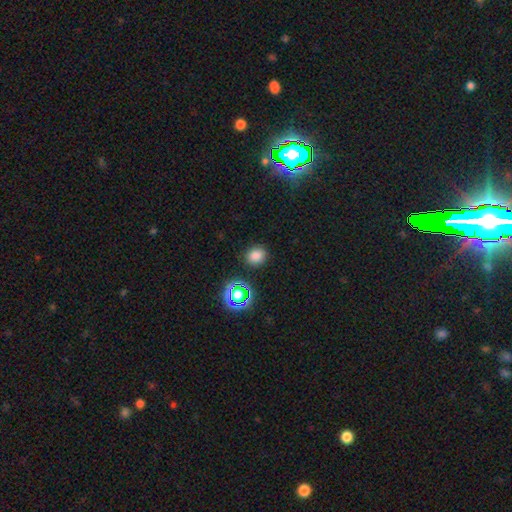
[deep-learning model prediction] Smooth or featured? Predicted: smooth (p=0.76). How rounded? Predicted: round (p=0.70). Merging? Predicted: none (p=0.87).